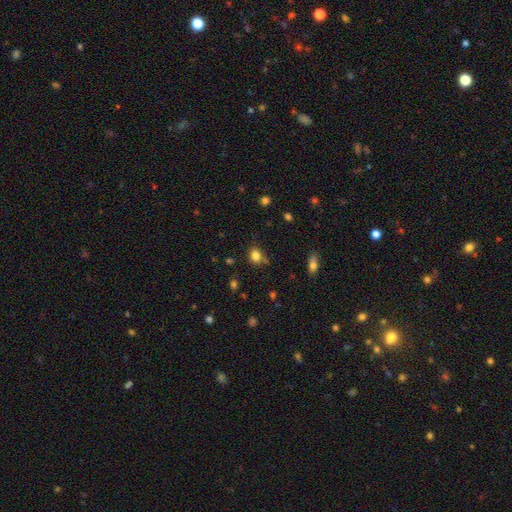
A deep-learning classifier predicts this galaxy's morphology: Overall: smooth (82%). How rounded: round (66%; in between 33%). Merging: none (75%).